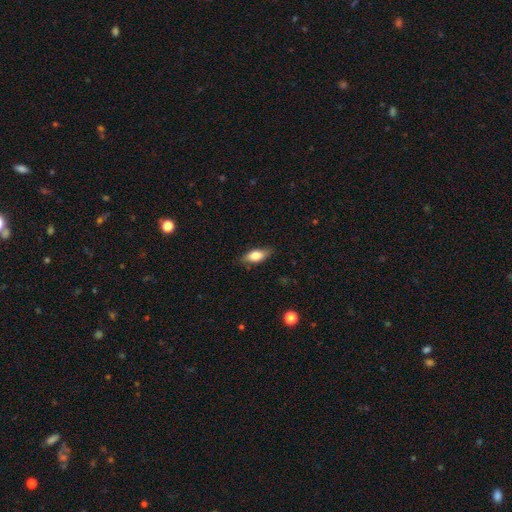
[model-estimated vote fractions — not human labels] Smooth or featured?
  - smooth: 76% *
  - featured or disk: 17%
  - star or artifact: 7%
How rounded?
  - in between: 81% *
  - cigar-shaped: 15%
  - round: 4%
Merging?
  - none: 80% *
  - minor disturbance: 16%
  - major disturbance: 3%
  - merger: 1%